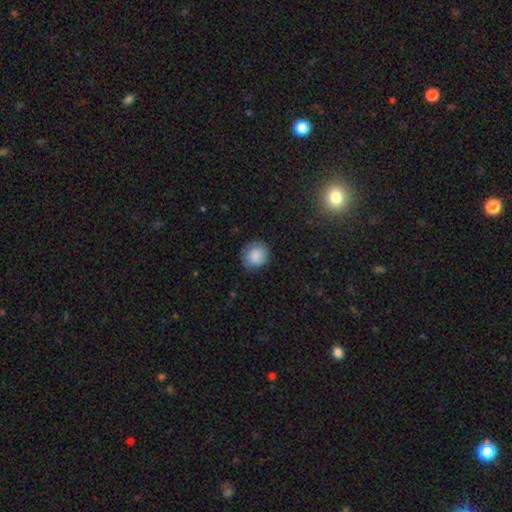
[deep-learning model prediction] Smooth or featured? Predicted: smooth (p=0.87). How rounded? Predicted: round (p=0.84). Merging? Predicted: none (p=0.83).